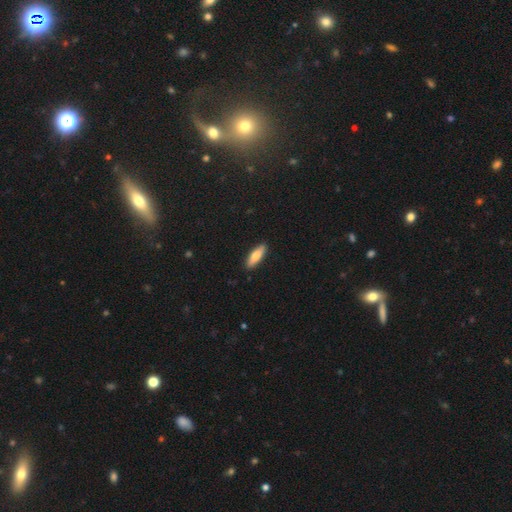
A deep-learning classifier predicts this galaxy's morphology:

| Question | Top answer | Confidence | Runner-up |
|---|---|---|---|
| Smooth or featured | smooth | 72% | featured or disk (22%) |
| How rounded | cigar-shaped | 52% | in between (46%) |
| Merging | none | 90% | minor disturbance (8%) |